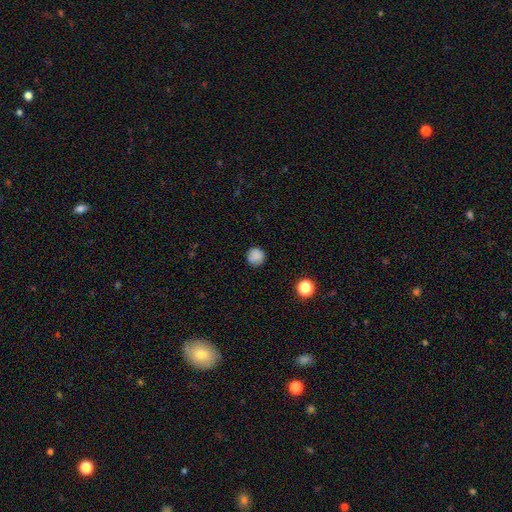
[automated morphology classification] A smooth galaxy with no disk features (85%) that is round (93%). Merging: none (86%).